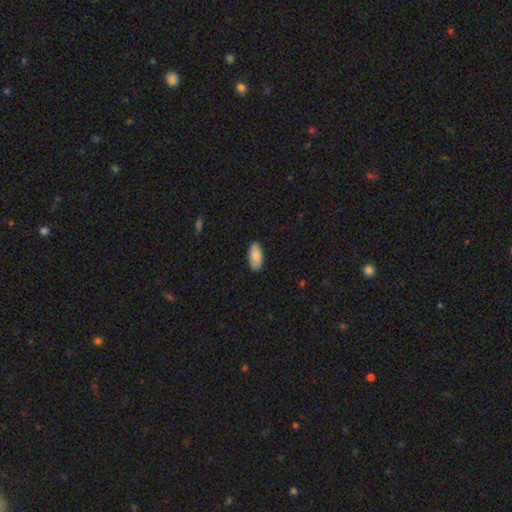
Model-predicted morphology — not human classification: A smooth galaxy with no disk features (83%) that is in between round and cigar-shaped (92%). Merging: none (85%).